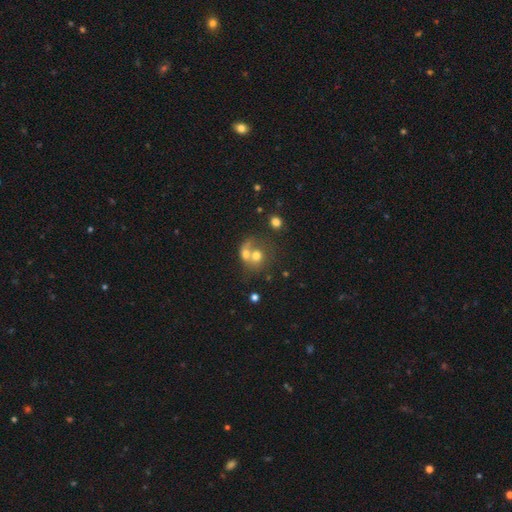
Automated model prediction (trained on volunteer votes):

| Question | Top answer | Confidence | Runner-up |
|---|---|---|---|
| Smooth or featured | smooth | 58% | featured or disk (31%) |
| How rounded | round | 66% | in between (32%) |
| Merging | merger | 65% | none (19%) |